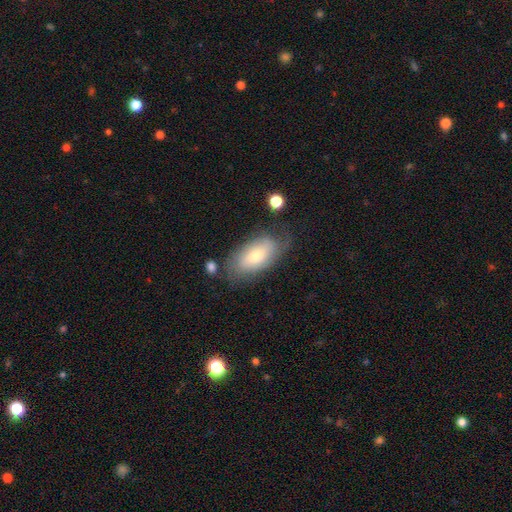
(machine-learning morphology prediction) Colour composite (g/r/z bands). It shows a smooth galaxy with no disk features (61%) that is in between round and cigar-shaped (90%). Merging: none (65%).